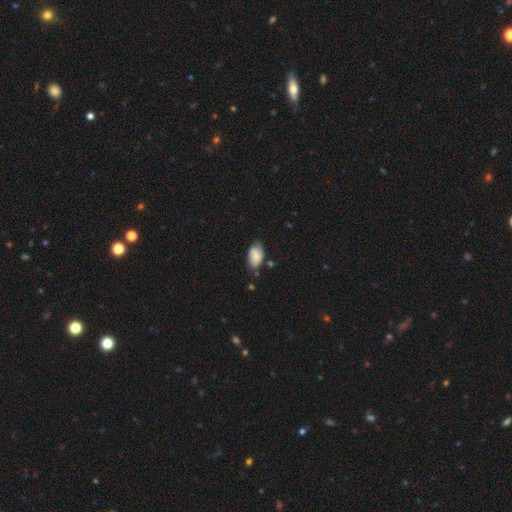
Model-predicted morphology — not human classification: Smooth or featured?
  - smooth: 75% *
  - featured or disk: 17%
  - star or artifact: 8%
How rounded?
  - in between: 93% *
  - round: 5%
  - cigar-shaped: 2%
Merging?
  - none: 60% *
  - minor disturbance: 31%
  - major disturbance: 6%
  - merger: 4%